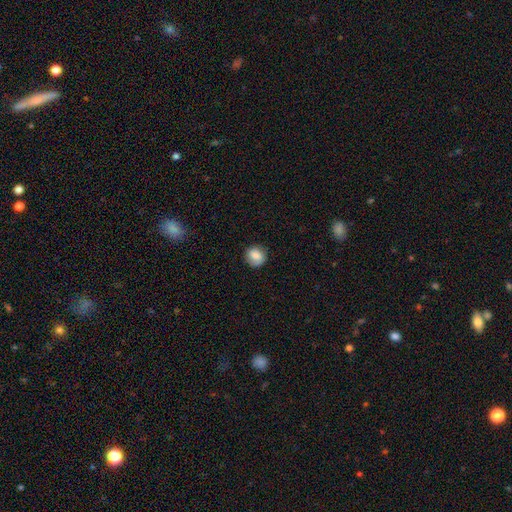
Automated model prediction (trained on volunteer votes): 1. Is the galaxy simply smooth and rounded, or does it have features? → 82% smooth, 10% featured or disk, 8% star or artifact.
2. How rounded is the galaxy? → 83% round, 16% in between, 1% cigar-shaped.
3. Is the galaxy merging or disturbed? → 82% none, 14% minor disturbance, 3% major disturbance, 1% merger.